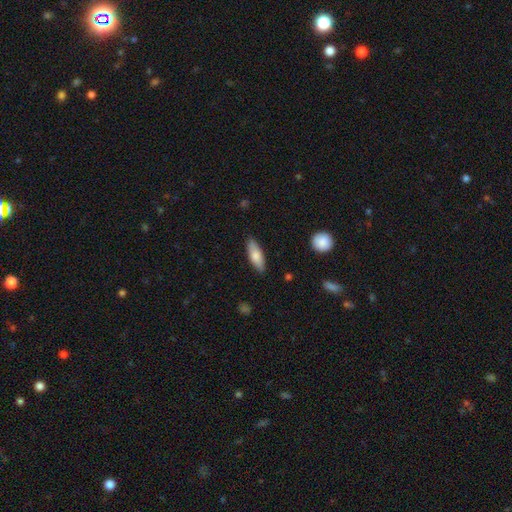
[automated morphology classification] A smooth galaxy with no disk features (77%) that is in between round and cigar-shaped (60%).

Vote fractions:
- Smooth or featured? smooth: 77% / featured or disk: 18% / star or artifact: 6%
- How rounded? in between: 60% / cigar-shaped: 38% / round: 2%
- Merging? none: 85% / minor disturbance: 12% / major disturbance: 2% / merger: 1%